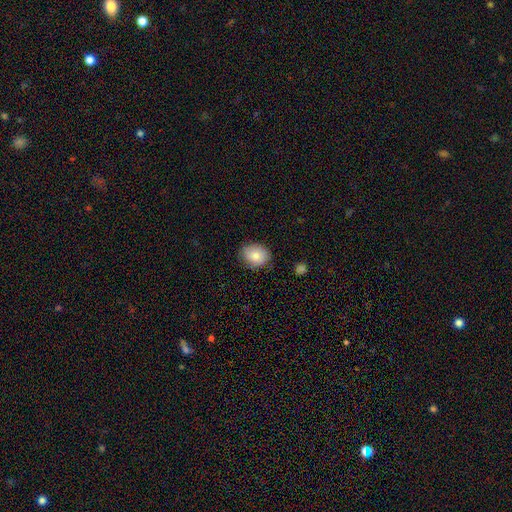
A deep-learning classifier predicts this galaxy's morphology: type=smooth (80%); roundness=round (53%); merging=none (79%).